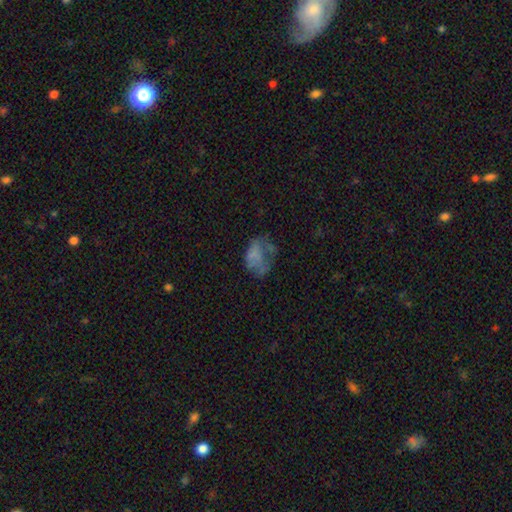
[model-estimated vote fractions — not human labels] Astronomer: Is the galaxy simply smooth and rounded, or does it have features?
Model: smooth — 50% (runner-up: featured or disk, 35%).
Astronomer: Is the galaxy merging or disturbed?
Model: major disturbance — 38% (runner-up: none, 34%).